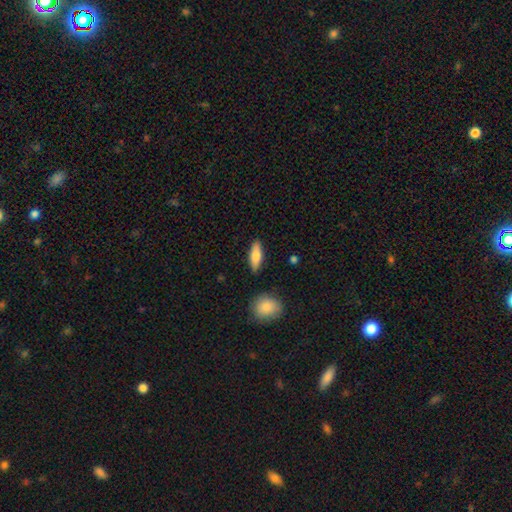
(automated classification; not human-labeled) Smooth or featured? smooth (73%)
How rounded? in between (63%)
Merging? none (86%)